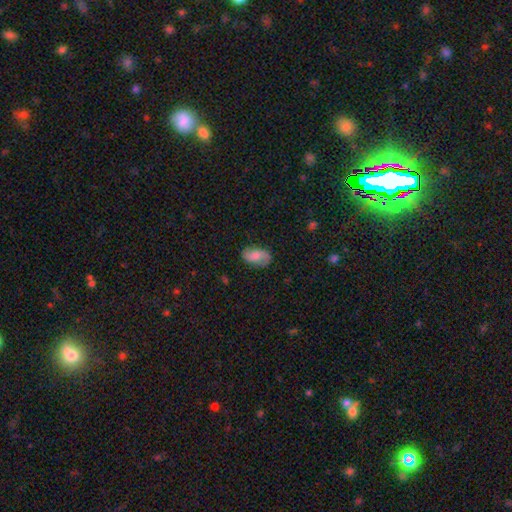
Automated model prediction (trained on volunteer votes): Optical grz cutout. It shows a featured or disk galaxy (46%, tied with smooth). Merging: none (75%).